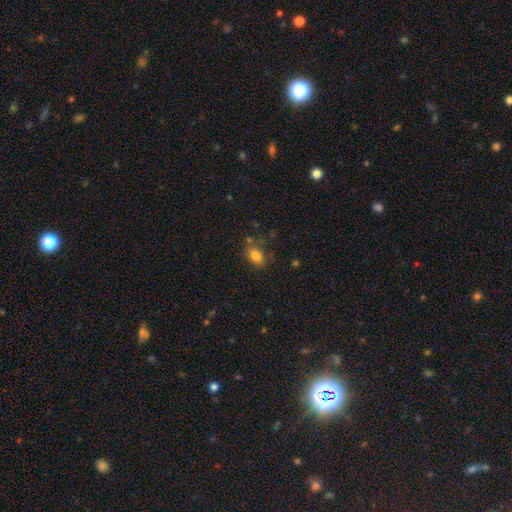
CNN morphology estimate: Smooth or featured?
  - smooth: 82% *
  - star or artifact: 11%
  - featured or disk: 7%
How rounded?
  - in between: 79% *
  - round: 19%
  - cigar-shaped: 2%
Merging?
  - none: 68% *
  - minor disturbance: 19%
  - merger: 7%
  - major disturbance: 6%